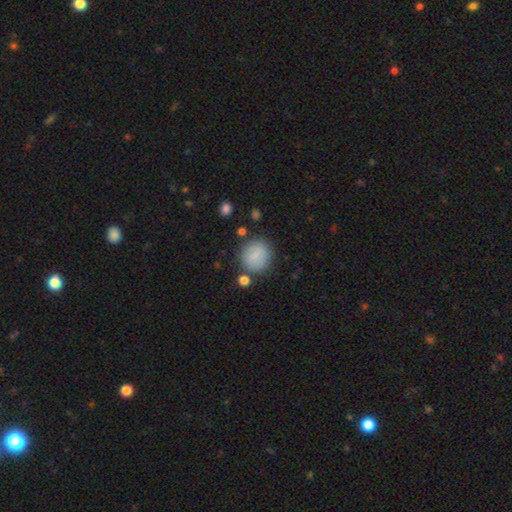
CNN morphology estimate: Smooth or featured? smooth (84%)
How rounded? round (86%)
Merging? none (80%)